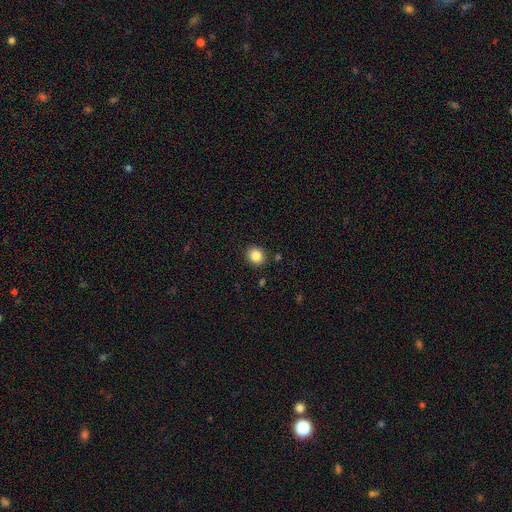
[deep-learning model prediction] A smooth galaxy with no disk features (86%) that is round (74%).

Vote fractions:
- Smooth or featured? smooth: 86% / star or artifact: 10% / featured or disk: 5%
- How rounded? round: 74% / in between: 25% / cigar-shaped: 1%
- Merging? none: 90% / minor disturbance: 7% / major disturbance: 2% / merger: 2%